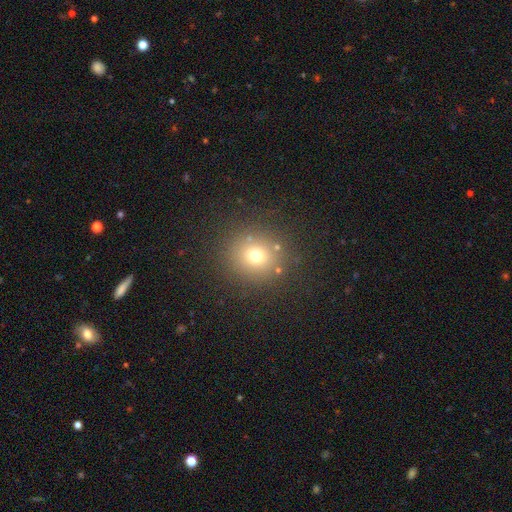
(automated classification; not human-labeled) Smooth or featured: smooth — 71% (star or artifact — 20%)
How rounded: round — 90% (in between — 9%)
Merging: none — 86% (minor disturbance — 8%)